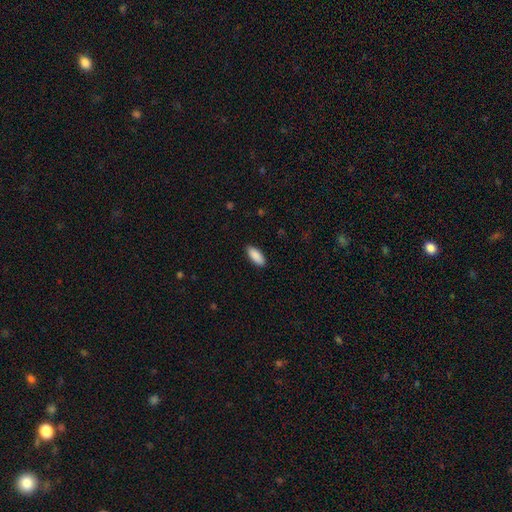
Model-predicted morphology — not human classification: smooth_or_featured: smooth (p=0.90) [alt: star or artifact p=0.06]
how_rounded: in between (p=0.78) [alt: cigar-shaped p=0.20]
merging: none (p=0.89) [alt: minor disturbance p=0.08]